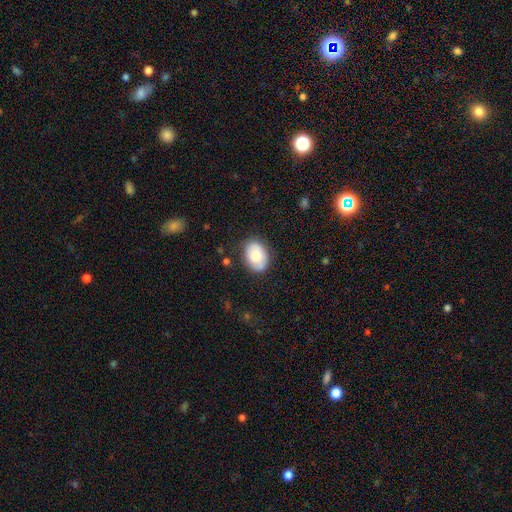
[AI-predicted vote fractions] Overall: smooth (72%). How rounded: in between (73%). Merging: none (81%).